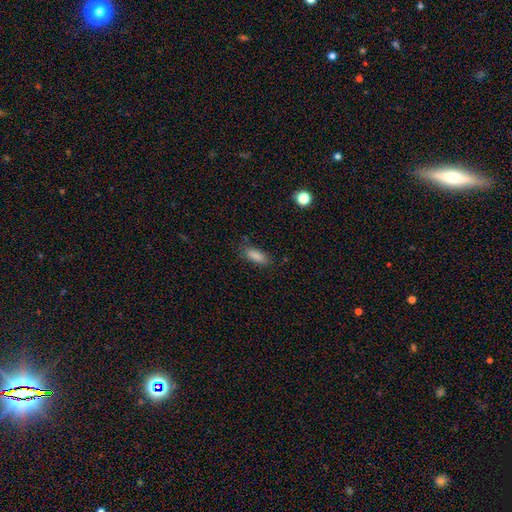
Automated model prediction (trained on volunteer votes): Smooth or featured? Predicted: smooth (p=0.87). How rounded? Predicted: in between (p=0.75). Merging? Predicted: none (p=0.78).